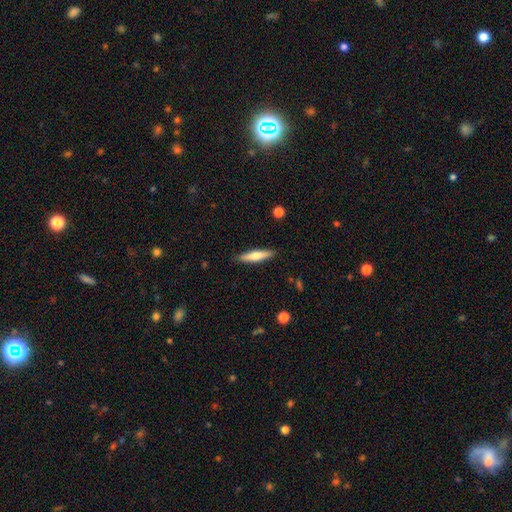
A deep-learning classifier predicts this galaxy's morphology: Smooth or featured?
  - smooth: 59% *
  - featured or disk: 35%
  - star or artifact: 6%
How rounded?
  - cigar-shaped: 81% *
  - in between: 17%
  - round: 2%
Merging?
  - none: 89% *
  - minor disturbance: 8%
  - major disturbance: 2%
  - merger: 1%